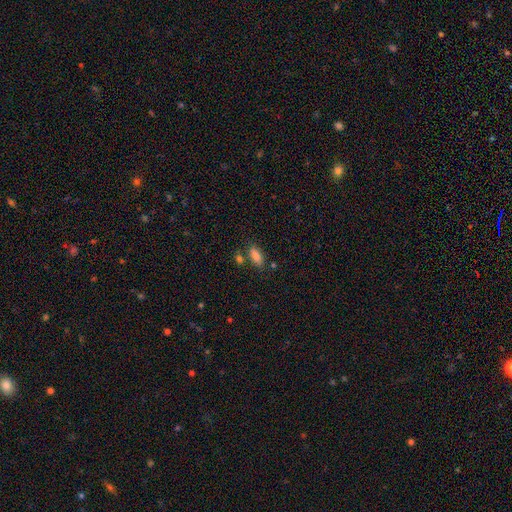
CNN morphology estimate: type=smooth (85%); roundness=in between (83%); merging=none (73%).